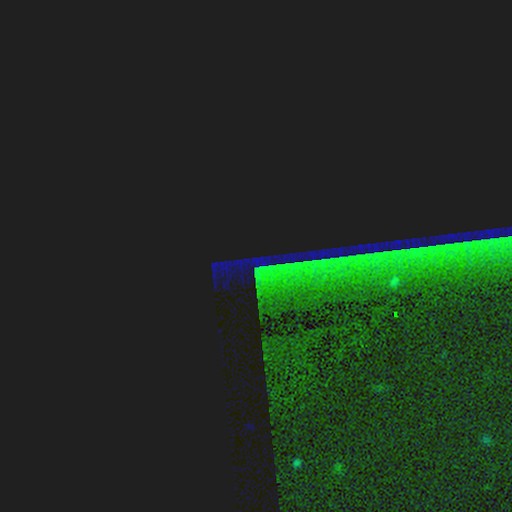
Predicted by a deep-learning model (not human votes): smooth-or-featured: star or artifact: 87% | featured or disk: 7% | smooth: 7%